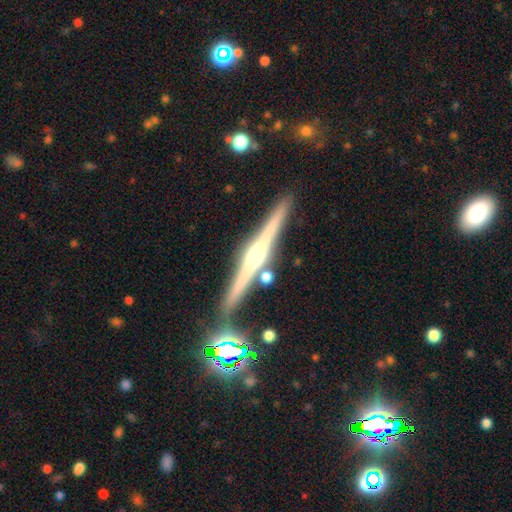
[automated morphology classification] A featured or disk galaxy (82%) viewed edge-on (98%) with a rounded central bulge (87%). Merging: none (87%).